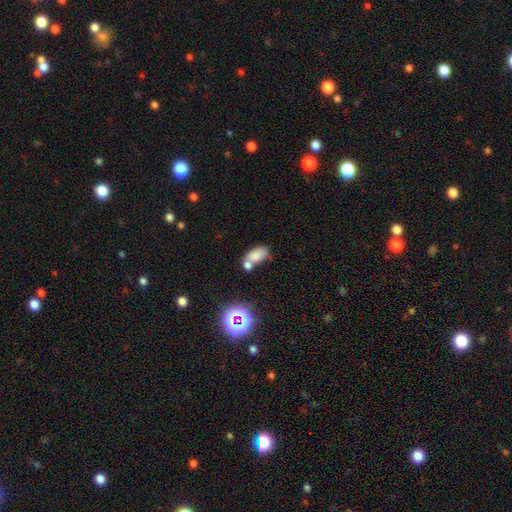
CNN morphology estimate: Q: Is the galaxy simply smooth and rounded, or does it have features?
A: smooth — 76%.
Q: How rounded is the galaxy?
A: in between — 90%.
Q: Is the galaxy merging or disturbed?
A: merger — 42%.